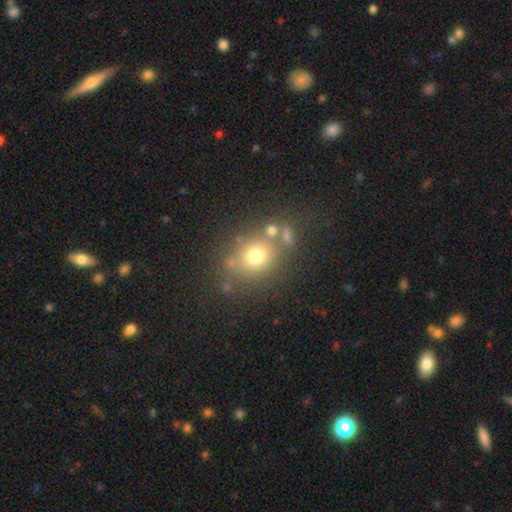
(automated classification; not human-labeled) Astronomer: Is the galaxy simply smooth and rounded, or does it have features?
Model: smooth — 70%.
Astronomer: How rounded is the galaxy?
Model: round — 70%.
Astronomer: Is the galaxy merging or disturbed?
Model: none — 66%.